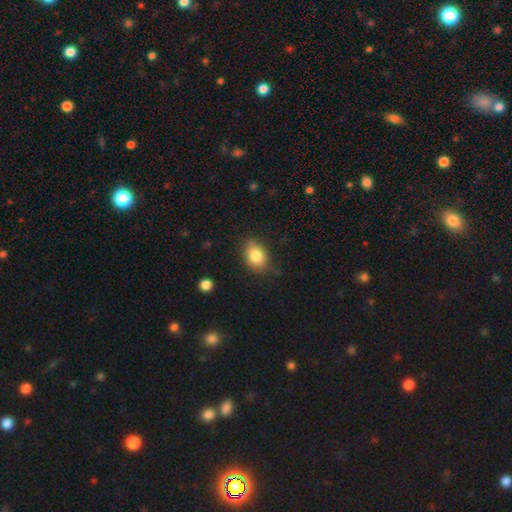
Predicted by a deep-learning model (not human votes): smooth_or_featured: smooth (p=0.82) [alt: featured or disk p=0.09]
how_rounded: in between (p=0.72) [alt: round p=0.27]
merging: none (p=0.74) [alt: minor disturbance p=0.20]